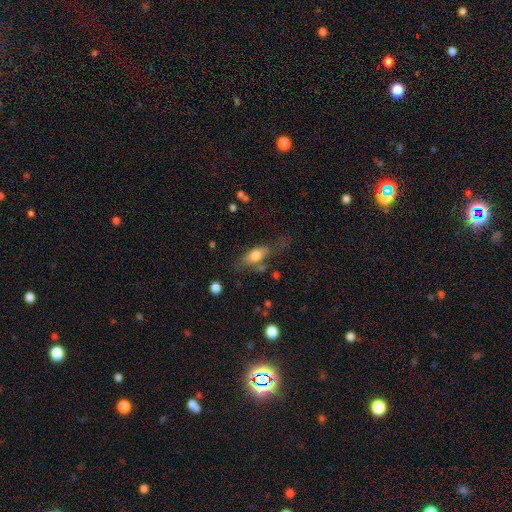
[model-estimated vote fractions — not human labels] Q: Smooth or featured?
A: smooth (71%); runner-up: featured or disk (21%)
Q: How rounded?
A: in between (80%); runner-up: cigar-shaped (14%)
Q: Merging?
A: none (47%); runner-up: minor disturbance (26%)